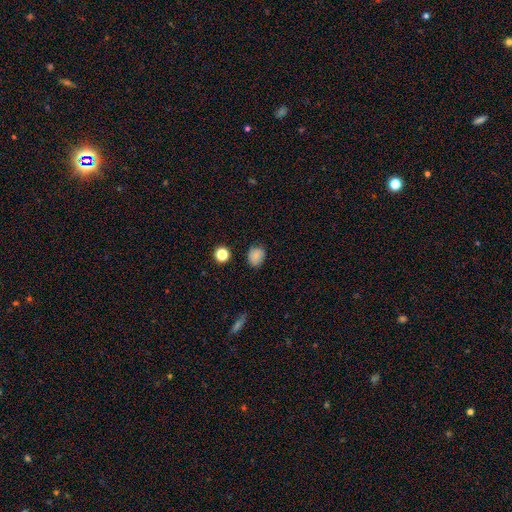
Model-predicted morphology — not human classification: smooth-or-featured: smooth: 79% | star or artifact: 11% | featured or disk: 9%
  how-rounded: round: 63% | in between: 36% | cigar-shaped: 1%
  merging: none: 79% | minor disturbance: 16% | major disturbance: 3% | merger: 2%